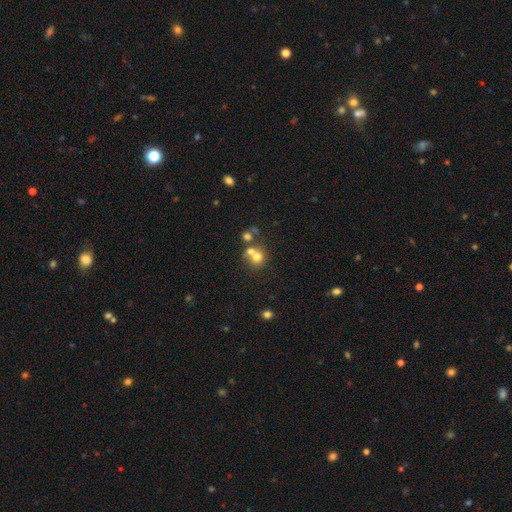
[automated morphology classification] Smooth or featured?
  - smooth: 68% *
  - featured or disk: 17%
  - star or artifact: 15%
How rounded?
  - round: 83% *
  - in between: 16%
  - cigar-shaped: 1%
Merging?
  - merger: 47% *
  - none: 42%
  - minor disturbance: 7%
  - major disturbance: 4%